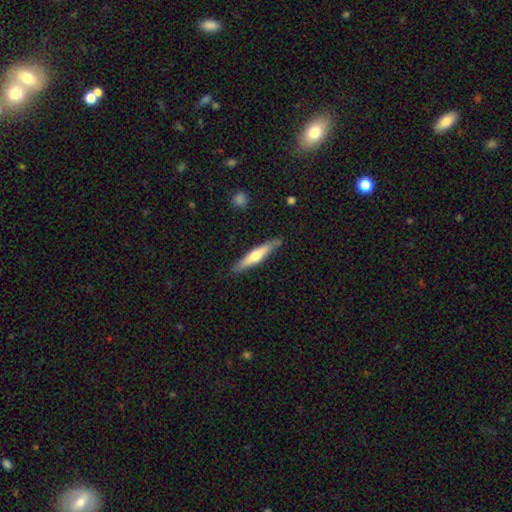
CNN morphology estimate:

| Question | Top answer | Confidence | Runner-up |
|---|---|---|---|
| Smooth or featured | featured or disk | 53% | smooth (42%) |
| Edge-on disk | yes | 94% | no (6%) |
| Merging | none | 84% | minor disturbance (12%) |